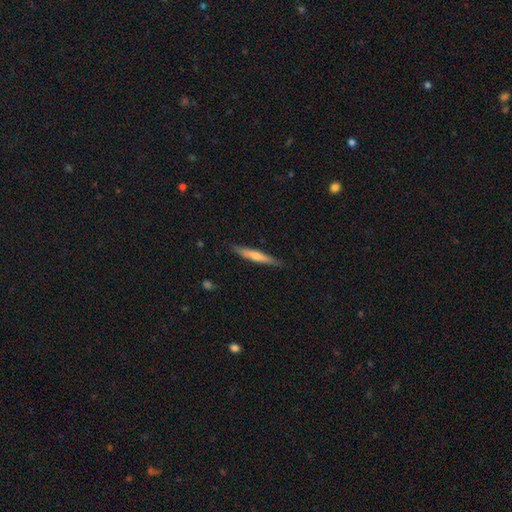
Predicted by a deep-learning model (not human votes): smooth_or_featured: smooth (p=0.52) [alt: featured or disk p=0.42]
how_rounded: cigar-shaped (p=0.94) [alt: in between p=0.05]
merging: none (p=0.87) [alt: minor disturbance p=0.10]